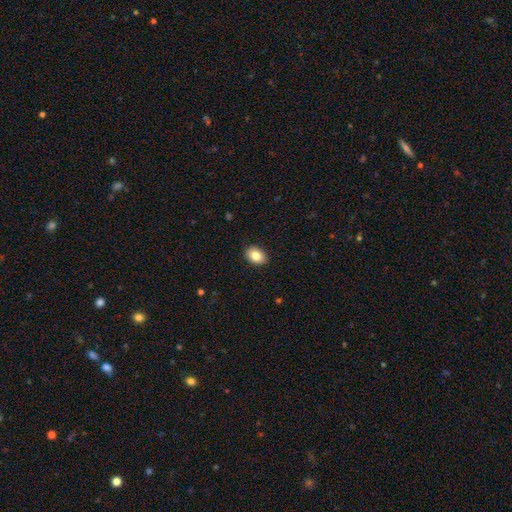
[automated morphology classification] Smooth or featured? smooth (84%)
How rounded? in between (77%)
Merging? none (90%)